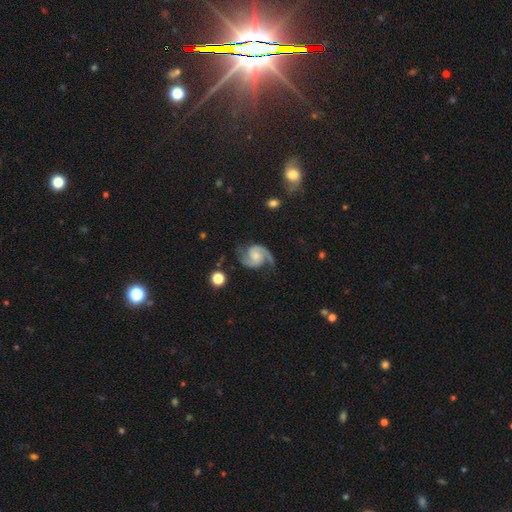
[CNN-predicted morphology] Q: Smooth or featured?
A: featured or disk (92%); runner-up: star or artifact (4%)
Q: Edge-on disk?
A: no (98%); runner-up: yes (2%)
Q: Bar?
A: no (59%); runner-up: weak (33%)
Q: Spiral arms?
A: yes (98%); runner-up: no (2%)
Q: Spiral winding?
A: medium (58%); runner-up: loose (23%)
Q: Spiral arm count?
A: 2 (94%); runner-up: can't tell (2%)
Q: Bulge size?
A: small (46%); runner-up: moderate (35%)
Q: Merging?
A: none (76%); runner-up: minor disturbance (15%)